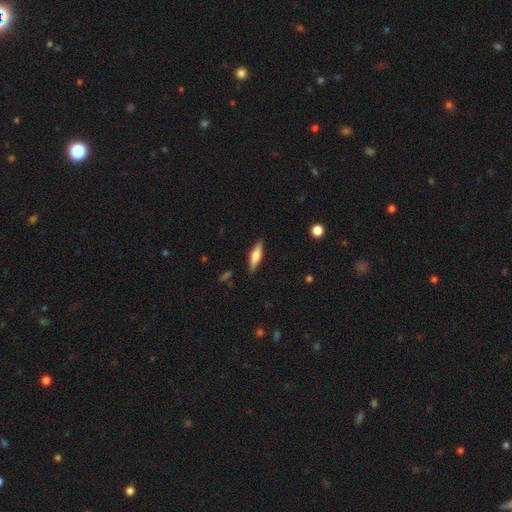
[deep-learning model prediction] Smooth or featured?
  - smooth: 55% *
  - featured or disk: 38%
  - star or artifact: 6%
How rounded?
  - cigar-shaped: 64% *
  - in between: 34%
  - round: 2%
Merging?
  - none: 87% *
  - minor disturbance: 10%
  - major disturbance: 2%
  - merger: 1%